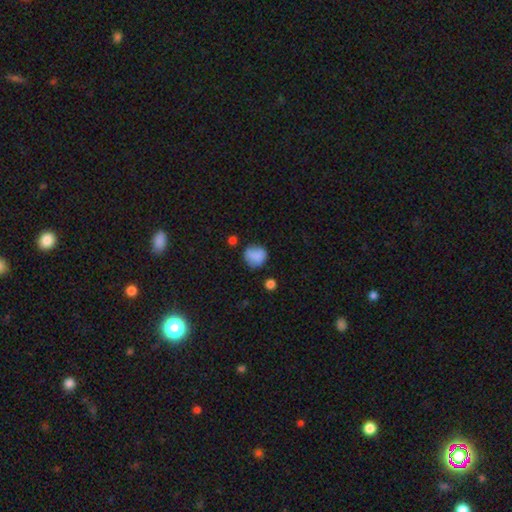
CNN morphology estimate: smooth 81%, featured or disk 10%, star or artifact 10%. Down the decision tree: how rounded — round (74%); merging — none (62%).